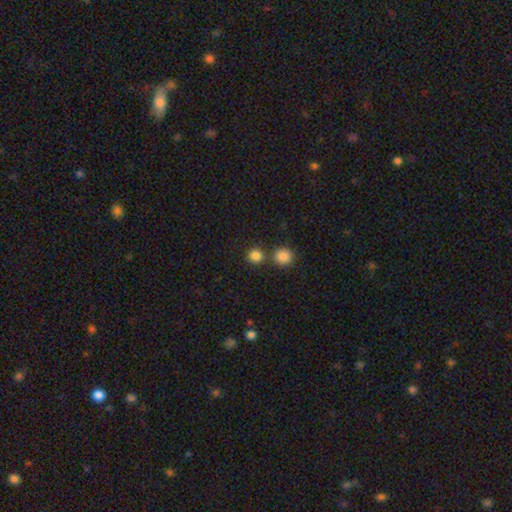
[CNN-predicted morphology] This appears to be a smooth galaxy with no disk features (84%) that is round (91%). Merging: none (72%).